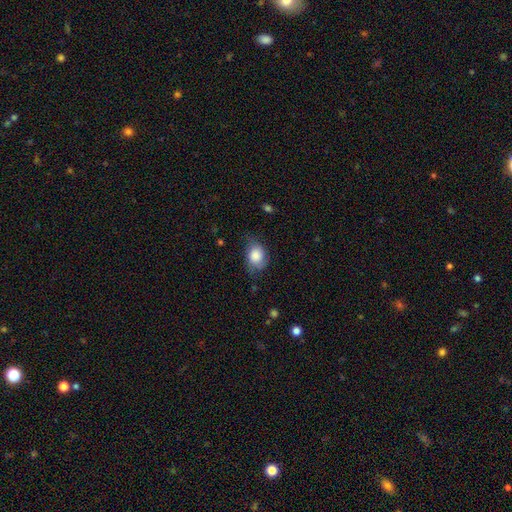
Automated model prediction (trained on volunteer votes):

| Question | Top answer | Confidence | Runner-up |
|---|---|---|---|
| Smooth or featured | smooth | 75% | featured or disk (18%) |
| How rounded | in between | 65% | round (33%) |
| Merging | none | 52% | minor disturbance (35%) |